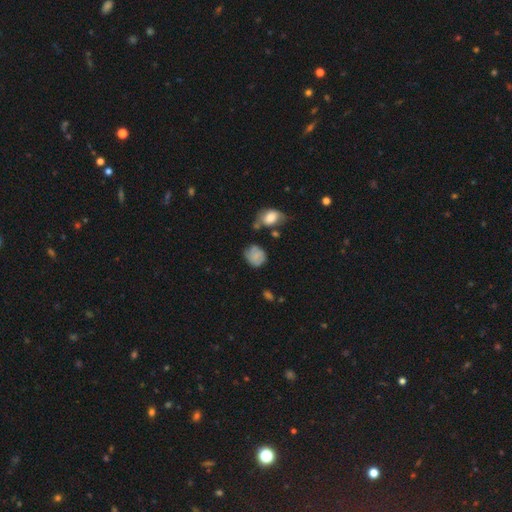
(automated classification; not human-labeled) Smooth or featured: smooth — 69% (featured or disk — 21%)
How rounded: round — 70% (in between — 29%)
Merging: none — 56% (minor disturbance — 28%)